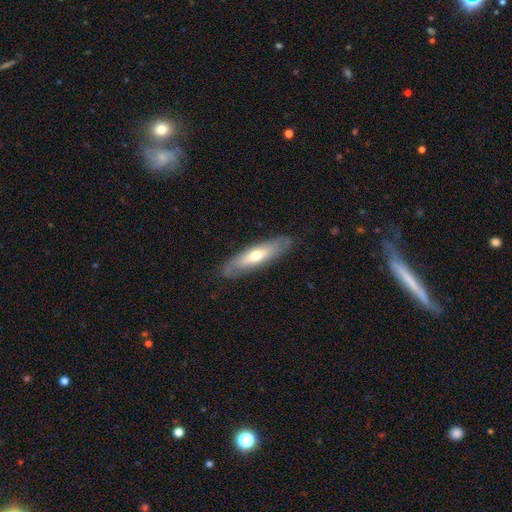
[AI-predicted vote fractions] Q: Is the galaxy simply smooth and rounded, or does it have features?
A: featured or disk — 47%, tied with smooth.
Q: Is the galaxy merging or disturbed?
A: none — 82%.